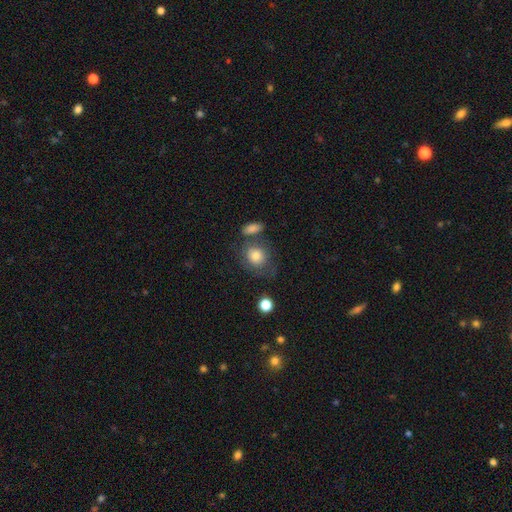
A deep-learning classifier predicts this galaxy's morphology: smooth-or-featured: smooth: 78% | featured or disk: 13% | star or artifact: 8%
  how-rounded: round: 67% | in between: 32% | cigar-shaped: 1%
  merging: none: 54% | minor disturbance: 19% | merger: 16% | major disturbance: 11%